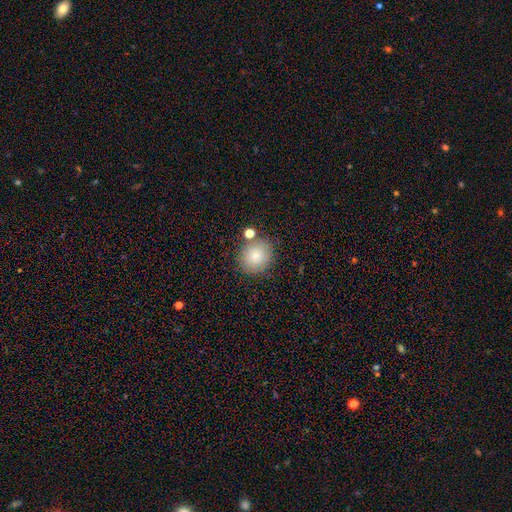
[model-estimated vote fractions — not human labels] Smooth or featured? Predicted: smooth (p=0.79). How rounded? Predicted: round (p=0.87). Merging? Predicted: none (p=0.77).